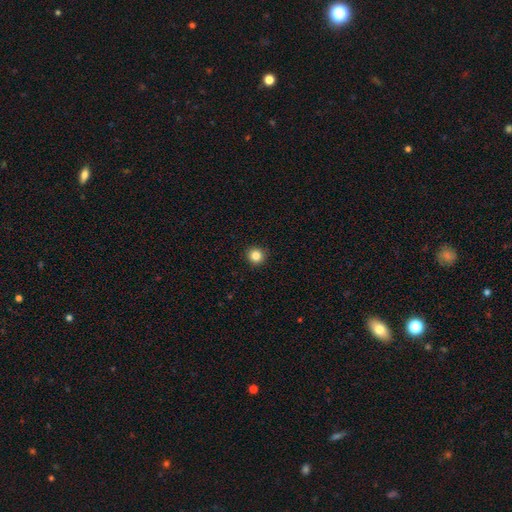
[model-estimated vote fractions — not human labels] A smooth galaxy with no disk features (84%) that is round (94%). Merging: none (93%).